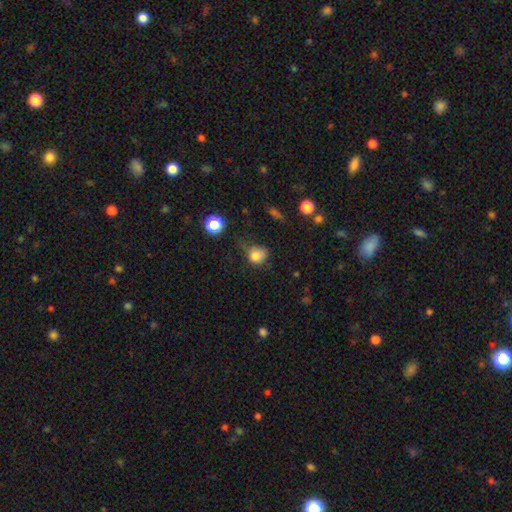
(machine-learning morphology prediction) Overall: smooth (81%). How rounded: round (72%). Merging: none (47%; minor disturbance 32%).